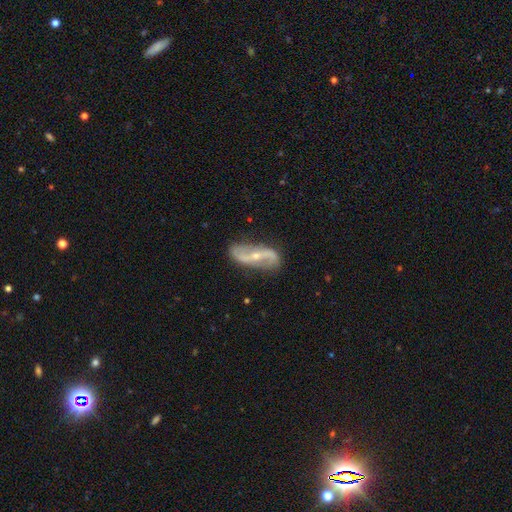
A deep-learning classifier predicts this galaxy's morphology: Q: Smooth or featured?
A: featured or disk (87%); runner-up: smooth (8%)
Q: Edge-on disk?
A: no (92%); runner-up: yes (8%)
Q: Bar?
A: strong (40%); runner-up: no (31%)
Q: Spiral arms?
A: yes (93%); runner-up: no (7%)
Q: Spiral winding?
A: loose (73%); runner-up: medium (19%)
Q: Spiral arm count?
A: 2 (93%); runner-up: can't tell (3%)
Q: Bulge size?
A: small (66%); runner-up: moderate (30%)
Q: Merging?
A: none (81%); runner-up: minor disturbance (13%)